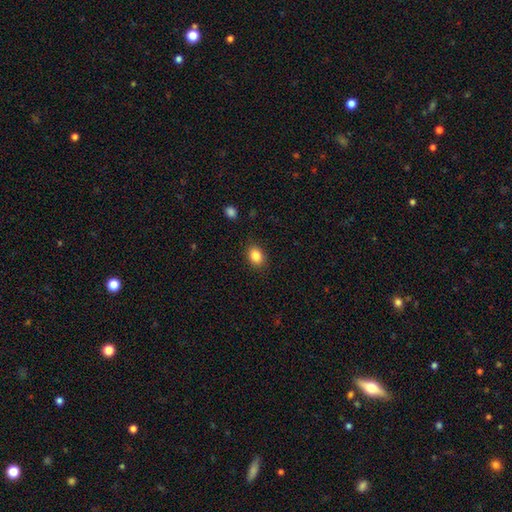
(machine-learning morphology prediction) Overall: smooth (86%). How rounded: in between (66%; round 33%). Merging: none (87%).